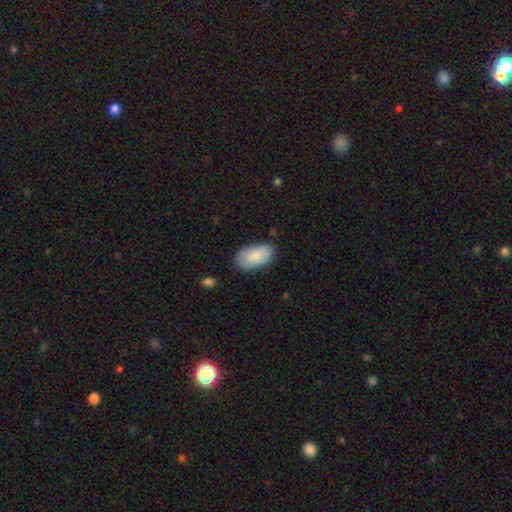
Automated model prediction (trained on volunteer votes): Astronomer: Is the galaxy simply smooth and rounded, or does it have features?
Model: smooth — 85%.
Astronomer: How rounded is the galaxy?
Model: in between — 95%.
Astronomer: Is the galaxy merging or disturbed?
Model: none — 78%.